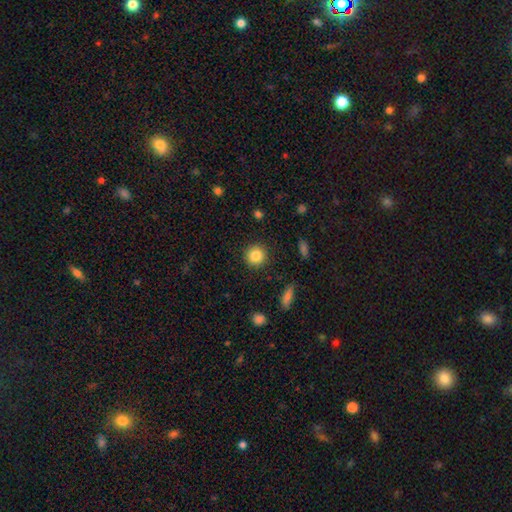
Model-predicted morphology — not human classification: A smooth galaxy with no disk features (84%) that is round (93%).

Vote fractions:
- Smooth or featured? smooth: 84% / star or artifact: 10% / featured or disk: 6%
- How rounded? round: 93% / in between: 6% / cigar-shaped: 1%
- Merging? none: 91% / minor disturbance: 6% / major disturbance: 2% / merger: 1%